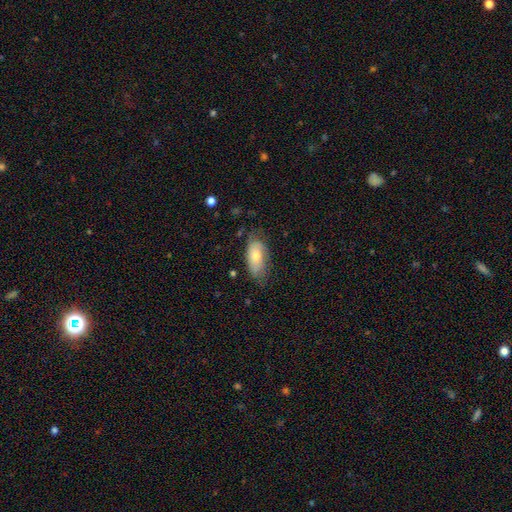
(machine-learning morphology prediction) smooth-or-featured: smooth: 68% | featured or disk: 26% | star or artifact: 7%
  how-rounded: in between: 89% | cigar-shaped: 8% | round: 3%
  merging: none: 60% | minor disturbance: 29% | major disturbance: 9% | merger: 2%